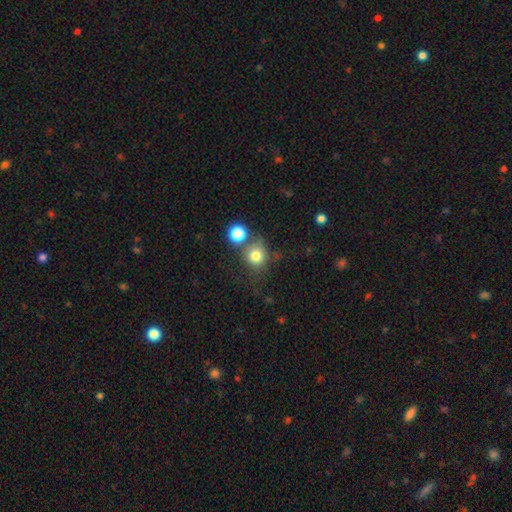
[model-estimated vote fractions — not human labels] Smooth or featured? smooth (79%)
How rounded? round (85%)
Merging? none (59%)